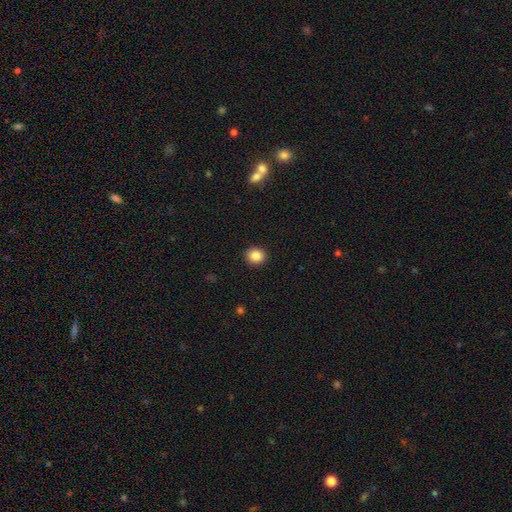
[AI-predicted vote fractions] Smooth or featured? Predicted: smooth (p=0.86). How rounded? Predicted: round (p=0.76). Merging? Predicted: none (p=0.92).